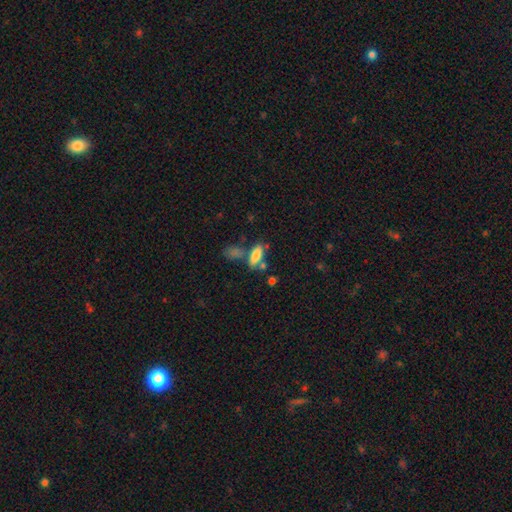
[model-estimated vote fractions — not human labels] This appears to be a smooth galaxy with no disk features (79%) that is in between round and cigar-shaped (66%). Merging: none (56%).